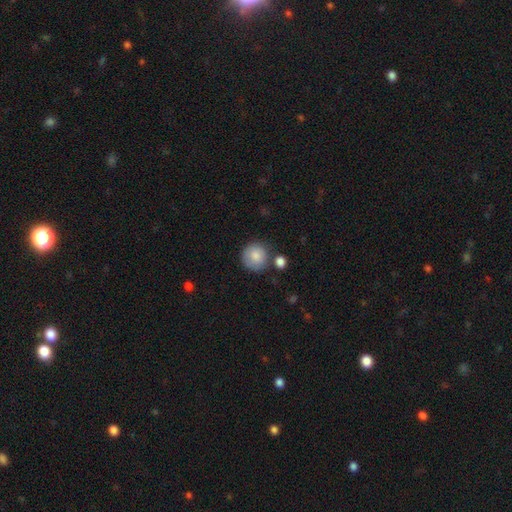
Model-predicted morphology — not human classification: Smooth or featured?
  - smooth: 82% *
  - featured or disk: 11%
  - star or artifact: 7%
How rounded?
  - round: 92% *
  - in between: 7%
  - cigar-shaped: 1%
Merging?
  - none: 69% *
  - minor disturbance: 16%
  - merger: 10%
  - major disturbance: 5%